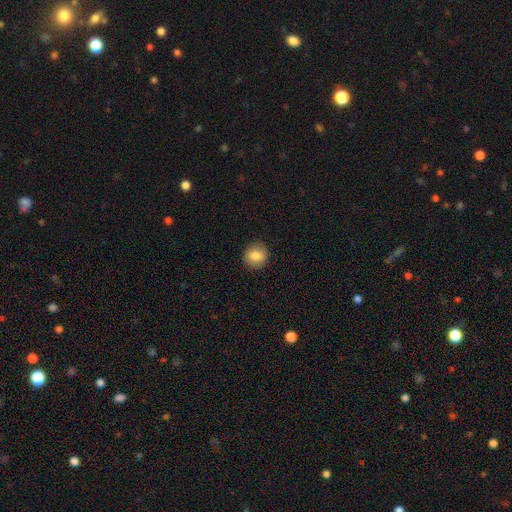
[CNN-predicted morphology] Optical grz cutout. It shows a smooth galaxy with no disk features (79%) that is round (83%). Merging: none (87%).